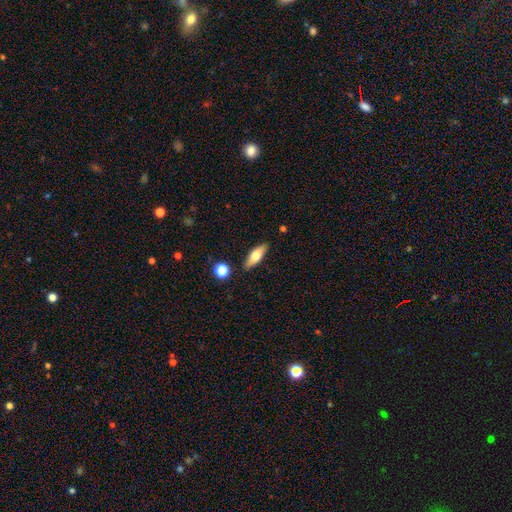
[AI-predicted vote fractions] This appears to be a smooth galaxy with no disk features (63%) that is in between round and cigar-shaped (64%). Merging: none (85%).